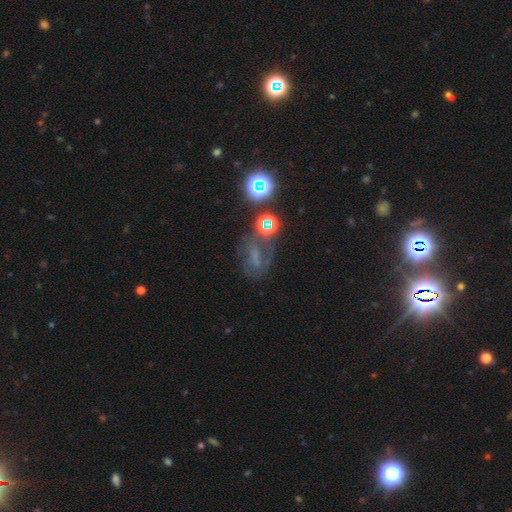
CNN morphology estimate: Overall: featured or disk (38%; star or artifact 35%). Merging: none (45%; major disturbance 23%).